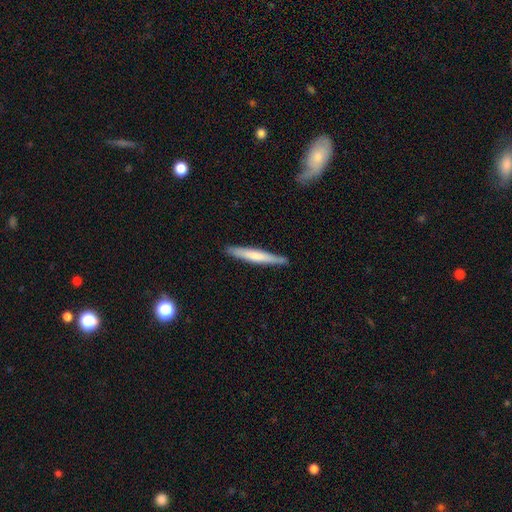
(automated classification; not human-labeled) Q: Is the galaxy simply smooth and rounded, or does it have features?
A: smooth — 60%.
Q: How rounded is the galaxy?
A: cigar-shaped — 95%.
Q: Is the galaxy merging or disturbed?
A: none — 87%.